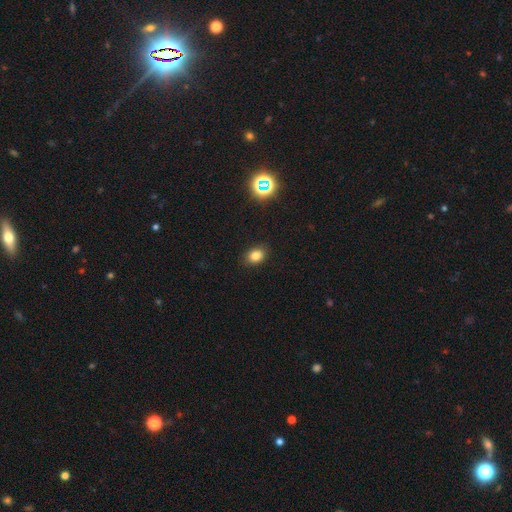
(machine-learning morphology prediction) smooth 80%, star or artifact 14%, featured or disk 6%. Down the decision tree: how rounded — in between (61%); merging — none (88%).